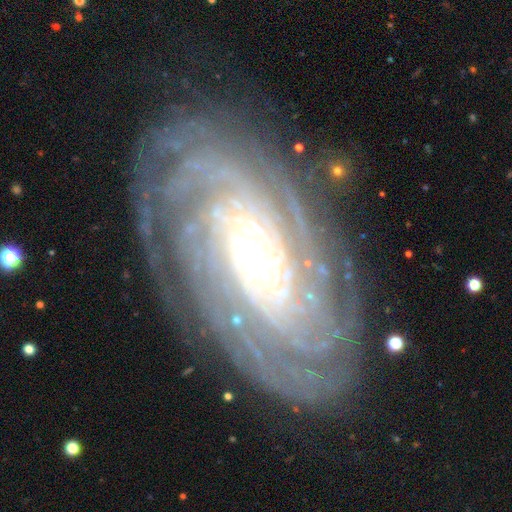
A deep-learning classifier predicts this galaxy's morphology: type=featured or disk (91%); edge-on=no (94%); bar=no (52%); spiral arms=yes (98%); winding=tight (82%); arm count=more than 4 (29%); bulge=moderate (61%); merging=none (81%).